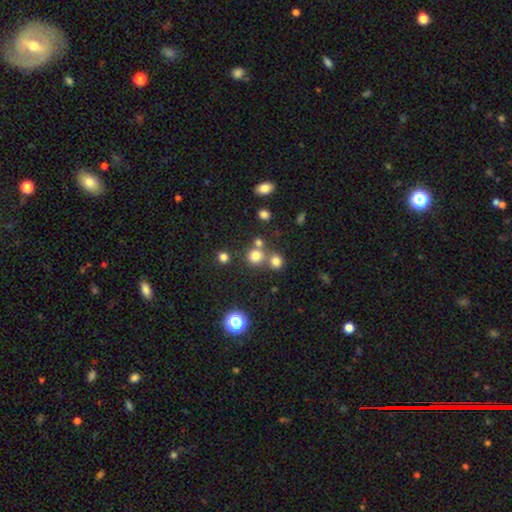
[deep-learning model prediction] Smooth or featured: smooth — 75% (star or artifact — 18%)
How rounded: round — 88% (in between — 11%)
Merging: none — 64% (merger — 25%)